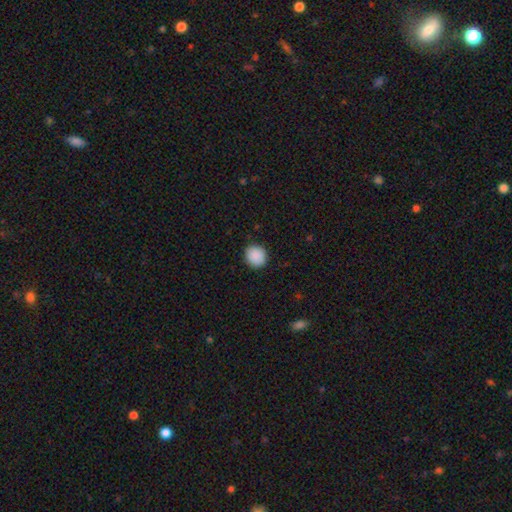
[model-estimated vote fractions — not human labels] smooth-or-featured: smooth: 90% | star or artifact: 8% | featured or disk: 2%
  how-rounded: round: 87% | in between: 12% | cigar-shaped: 1%
  merging: none: 91% | minor disturbance: 7% | major disturbance: 2% | merger: 1%